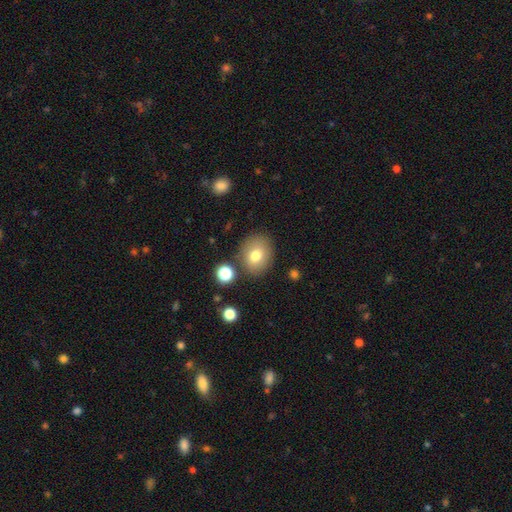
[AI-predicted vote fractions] The model was most divided on "how rounded": round: 55%, in between: 44%, cigar-shaped: 1%. More confident: merging — none (80%); smooth or featured — smooth (76%).